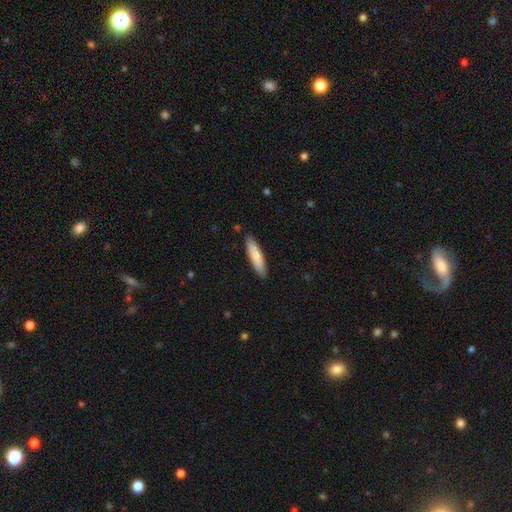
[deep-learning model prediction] Smooth or featured: smooth — 83% (featured or disk — 12%)
How rounded: cigar-shaped — 78% (in between — 21%)
Merging: none — 88% (minor disturbance — 9%)